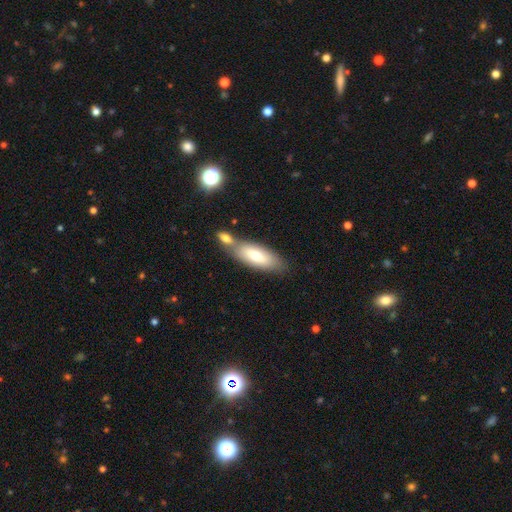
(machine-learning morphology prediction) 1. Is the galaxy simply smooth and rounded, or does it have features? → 68% smooth, 25% featured or disk, 7% star or artifact.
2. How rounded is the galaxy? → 72% in between, 26% cigar-shaped, 2% round.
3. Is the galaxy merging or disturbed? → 52% none, 32% merger, 12% minor disturbance, 3% major disturbance.